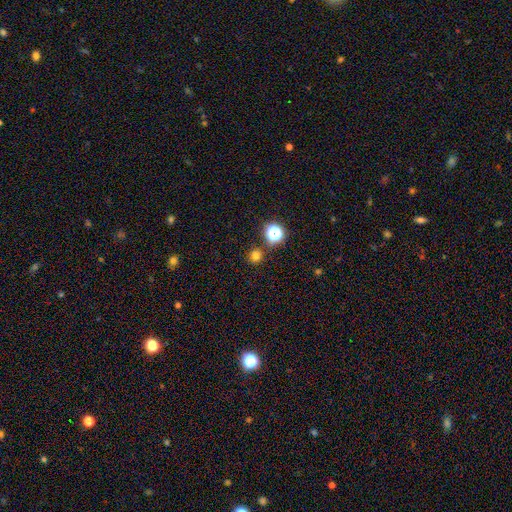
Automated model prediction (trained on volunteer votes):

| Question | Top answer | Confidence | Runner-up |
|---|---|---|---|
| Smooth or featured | smooth | 74% | star or artifact (21%) |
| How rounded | round | 92% | in between (7%) |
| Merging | none | 86% | minor disturbance (6%) |